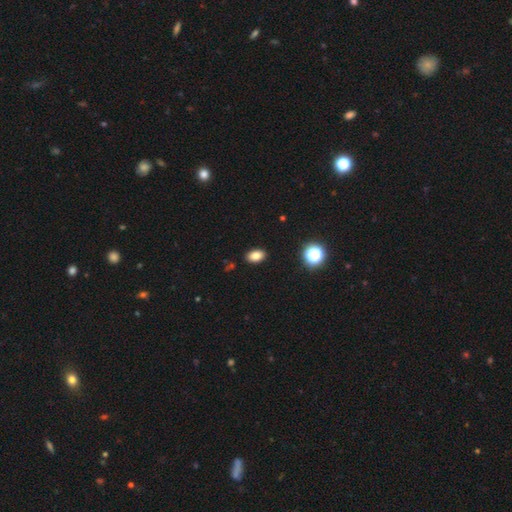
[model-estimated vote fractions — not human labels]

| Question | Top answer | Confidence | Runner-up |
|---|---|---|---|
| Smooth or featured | smooth | 82% | star or artifact (12%) |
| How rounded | in between | 88% | round (11%) |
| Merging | none | 90% | minor disturbance (7%) |